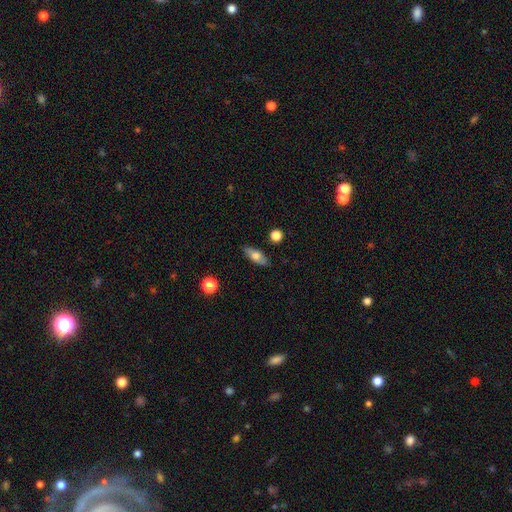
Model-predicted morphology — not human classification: This is likely a smooth galaxy (64%). How rounded: likely in between (73%). Merging: clearly none (86%).